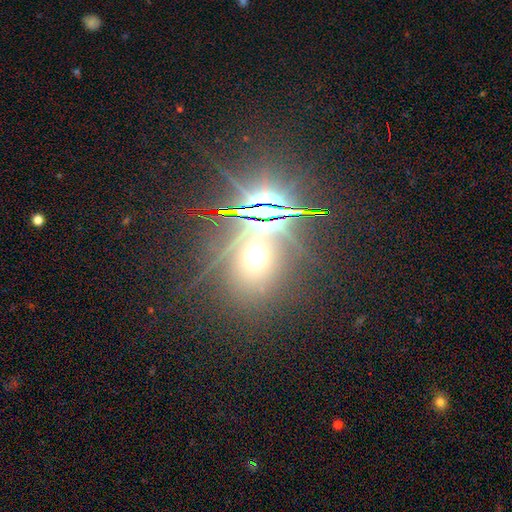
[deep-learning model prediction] star or artifact 55%, smooth 30%, featured or disk 15%.